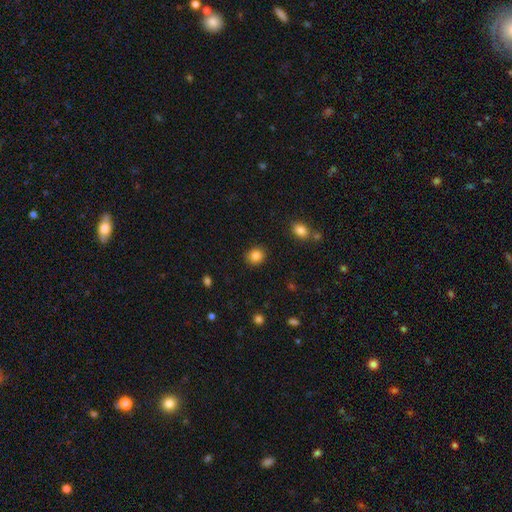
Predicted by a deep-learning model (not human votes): Smooth or featured: smooth — 85% (star or artifact — 10%)
How rounded: round — 76% (in between — 23%)
Merging: none — 88% (minor disturbance — 8%)